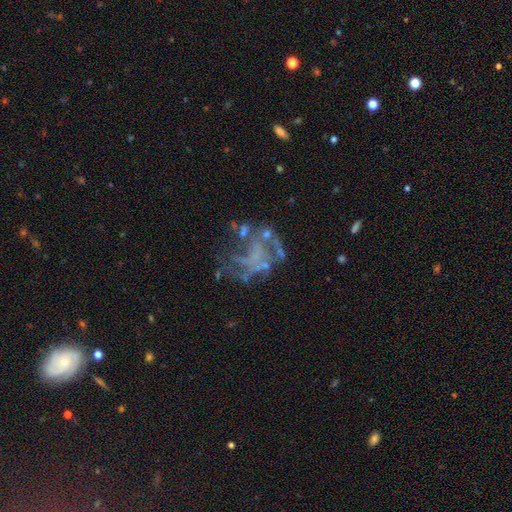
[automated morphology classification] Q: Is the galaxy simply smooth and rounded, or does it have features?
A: featured or disk — 68%.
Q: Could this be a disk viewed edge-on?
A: no — 98%.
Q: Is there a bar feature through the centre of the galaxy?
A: no — 85%.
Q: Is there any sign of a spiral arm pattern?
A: no — 69%.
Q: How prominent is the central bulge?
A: none — 81%.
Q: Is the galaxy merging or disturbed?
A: none — 42%.